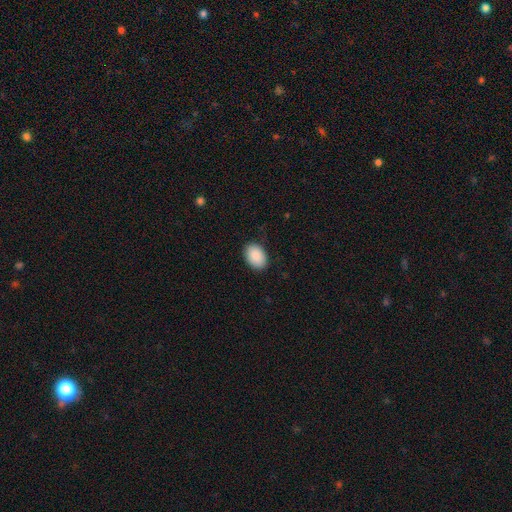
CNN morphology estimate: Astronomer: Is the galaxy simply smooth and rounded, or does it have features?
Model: smooth — 91%.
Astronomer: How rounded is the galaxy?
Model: in between — 84%.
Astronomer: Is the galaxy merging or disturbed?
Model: none — 86%.